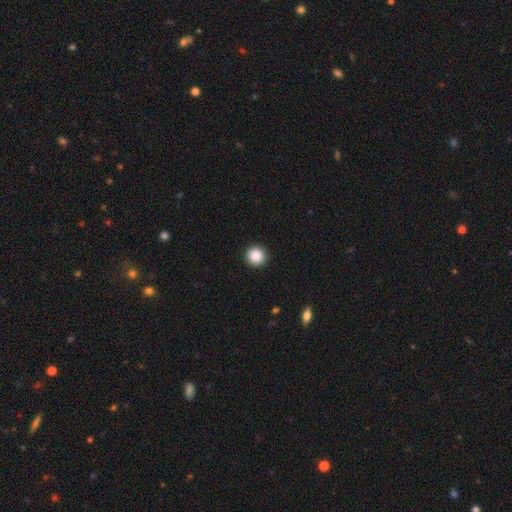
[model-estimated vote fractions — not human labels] smooth 88%, star or artifact 9%, featured or disk 3%. Down the decision tree: how rounded — round (95%); merging — none (93%).